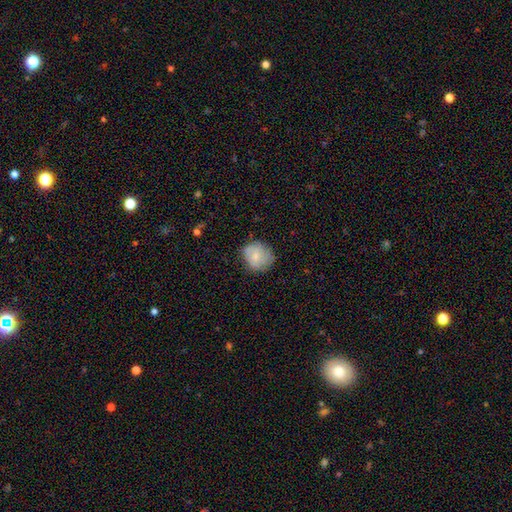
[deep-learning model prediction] Smooth or featured?
  - smooth: 75% *
  - featured or disk: 17%
  - star or artifact: 8%
How rounded?
  - round: 79% *
  - in between: 20%
  - cigar-shaped: 1%
Merging?
  - none: 70% *
  - minor disturbance: 23%
  - major disturbance: 6%
  - merger: 2%